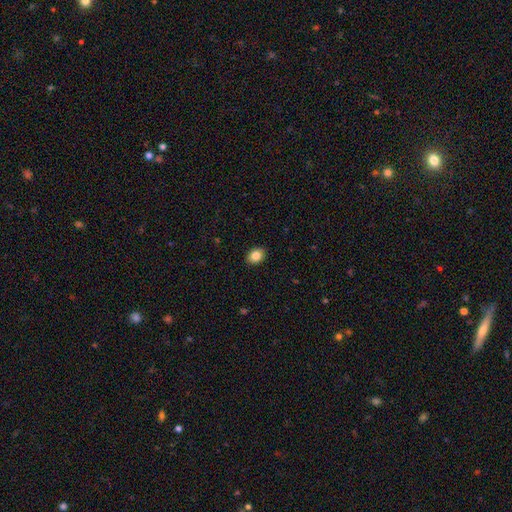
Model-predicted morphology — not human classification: A smooth galaxy with no disk features (86%) that is in between round and cigar-shaped (70%).

Vote fractions:
- Smooth or featured? smooth: 86% / star or artifact: 8% / featured or disk: 6%
- How rounded? in between: 70% / round: 29% / cigar-shaped: 1%
- Merging? none: 89% / minor disturbance: 8% / major disturbance: 2% / merger: 1%